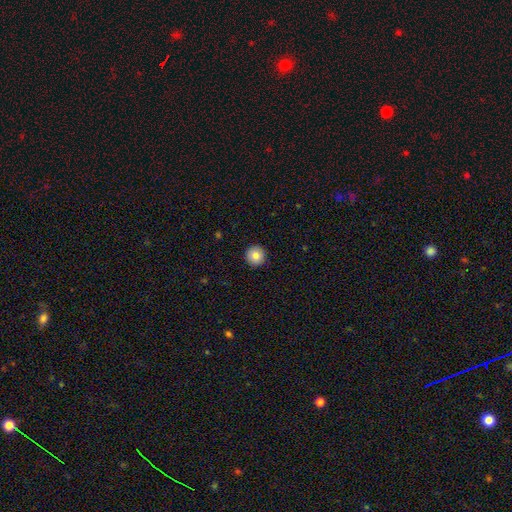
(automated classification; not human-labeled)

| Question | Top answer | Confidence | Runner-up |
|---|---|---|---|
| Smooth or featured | smooth | 83% | star or artifact (9%) |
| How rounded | round | 96% | in between (3%) |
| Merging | none | 93% | minor disturbance (5%) |